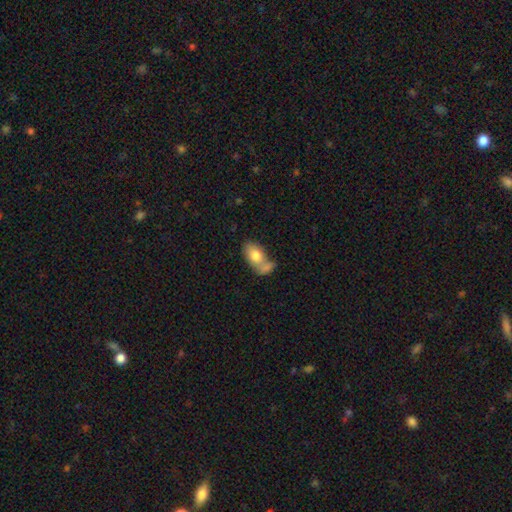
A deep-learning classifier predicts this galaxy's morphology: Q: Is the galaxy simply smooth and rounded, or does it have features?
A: smooth — 77%.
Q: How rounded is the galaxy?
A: in between — 89%.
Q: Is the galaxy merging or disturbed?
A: merger — 44%.